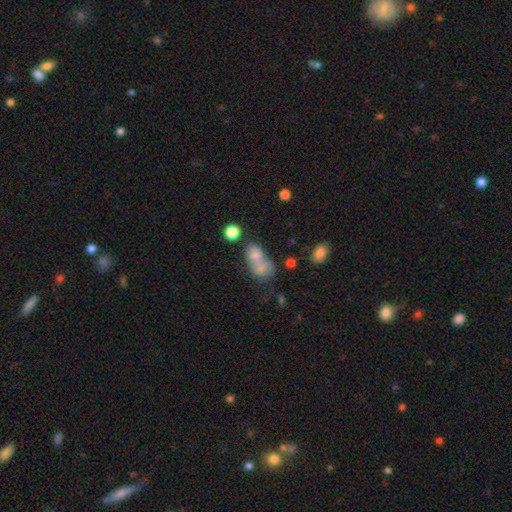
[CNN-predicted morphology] Smooth or featured? smooth (71%)
How rounded? in between (57%)
Merging? merger (59%)